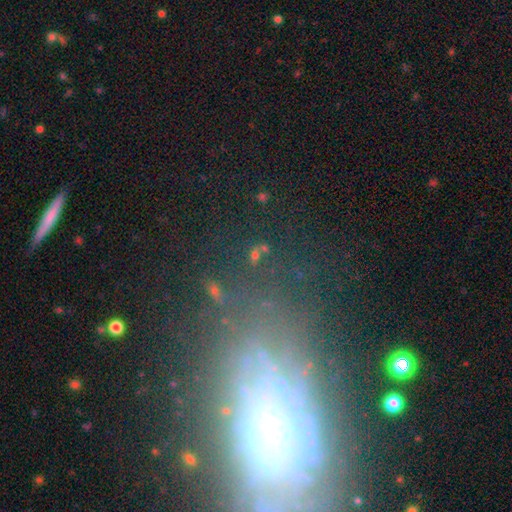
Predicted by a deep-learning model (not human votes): Smooth or featured? star or artifact (47%)